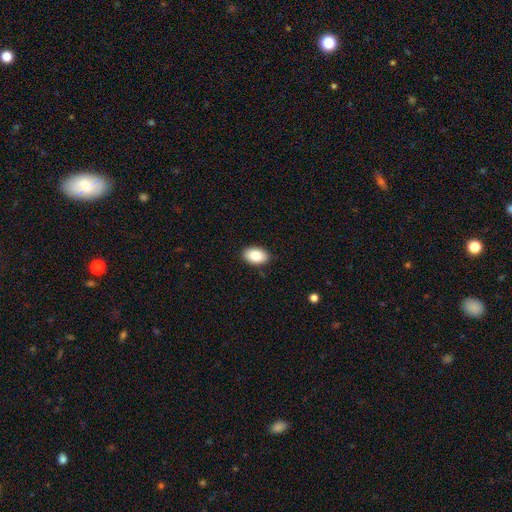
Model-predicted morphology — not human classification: The model was most divided on "smooth or featured": smooth: 85%, featured or disk: 8%, star or artifact: 7%. More confident: how rounded — in between (91%); merging — none (88%).